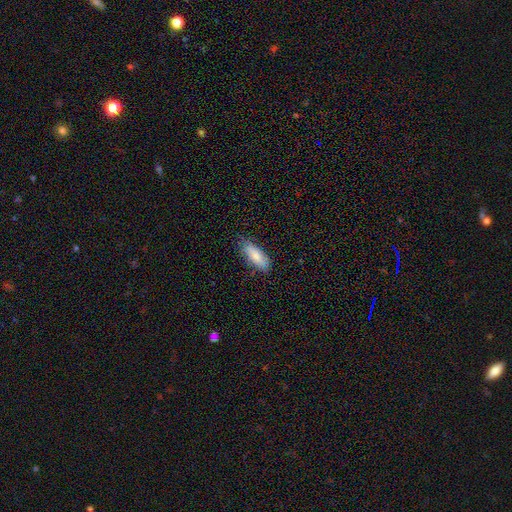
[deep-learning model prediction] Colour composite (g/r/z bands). It shows a smooth galaxy with no disk features (81%) that is in between round and cigar-shaped (76%). Merging: none (76%).